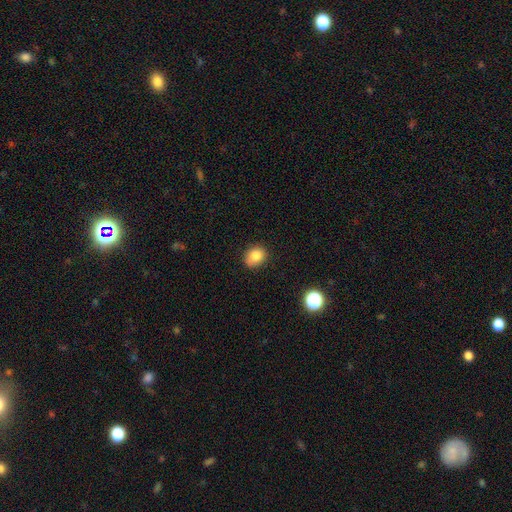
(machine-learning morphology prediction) Smooth or featured? Predicted: smooth (p=0.82). How rounded? Predicted: round (p=0.59). Merging? Predicted: none (p=0.74).